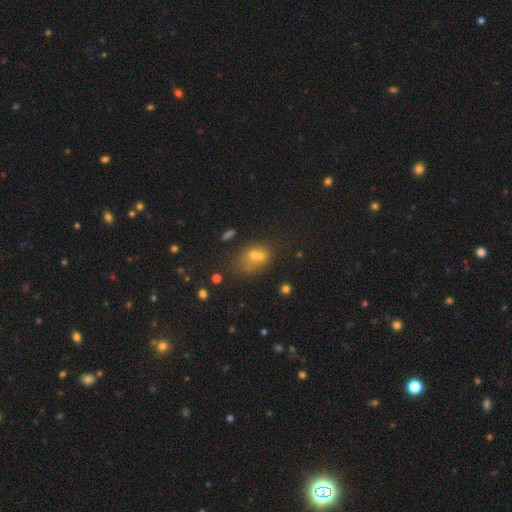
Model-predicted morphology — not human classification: Smooth or featured?
  - smooth: 55% *
  - star or artifact: 23%
  - featured or disk: 22%
How rounded?
  - in between: 52% *
  - round: 46%
  - cigar-shaped: 2%
Merging?
  - merger: 50% *
  - none: 31%
  - minor disturbance: 11%
  - major disturbance: 8%